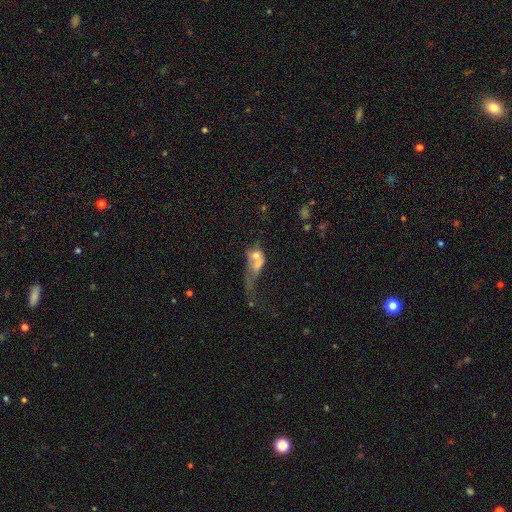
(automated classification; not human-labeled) A smooth galaxy with no disk features (53%) that is in between round and cigar-shaped (61%).

Vote fractions:
- Smooth or featured? smooth: 53% / featured or disk: 37% / star or artifact: 11%
- How rounded? in between: 61% / round: 31% / cigar-shaped: 7%
- Merging? merger: 49% / major disturbance: 35% / none: 9% / minor disturbance: 7%